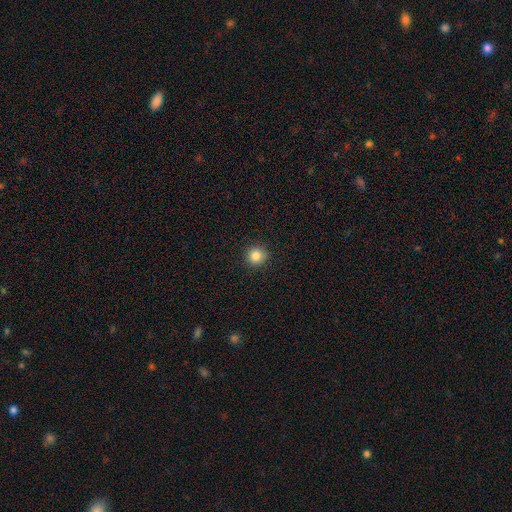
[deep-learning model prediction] The model was most divided on "smooth or featured": smooth: 84%, star or artifact: 11%, featured or disk: 5%. More confident: how rounded — round (94%); merging — none (92%).